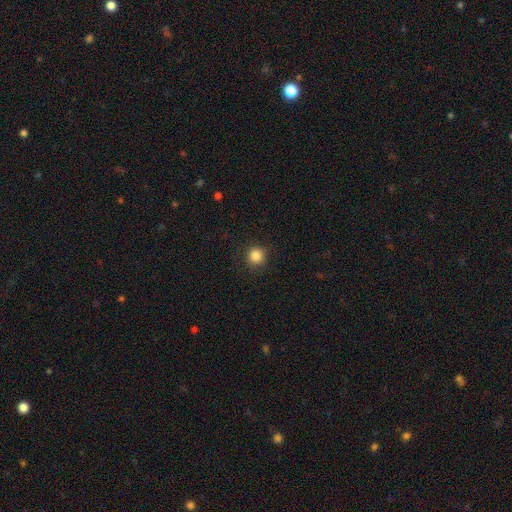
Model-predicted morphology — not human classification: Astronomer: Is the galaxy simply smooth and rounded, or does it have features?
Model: smooth — 84%.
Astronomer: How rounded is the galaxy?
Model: round — 94%.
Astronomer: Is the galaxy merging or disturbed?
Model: none — 90%.